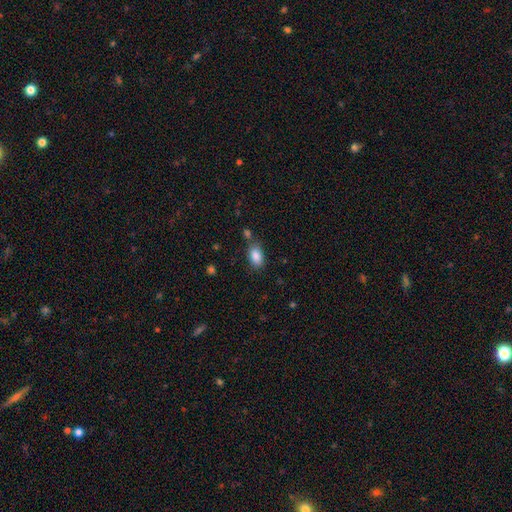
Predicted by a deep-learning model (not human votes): Smooth or featured?
  - smooth: 87% *
  - star or artifact: 8%
  - featured or disk: 5%
How rounded?
  - in between: 91% *
  - round: 6%
  - cigar-shaped: 2%
Merging?
  - none: 71% *
  - minor disturbance: 15%
  - merger: 9%
  - major disturbance: 4%